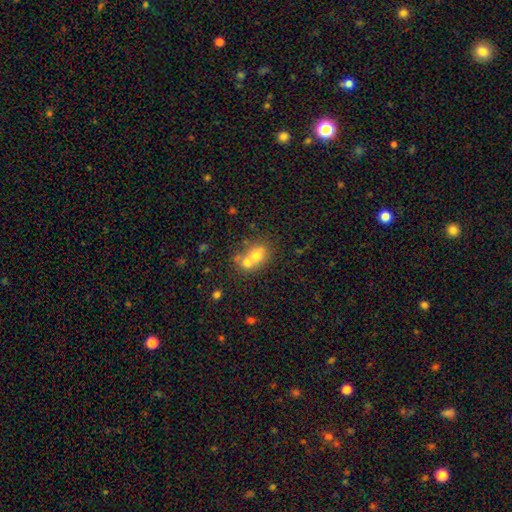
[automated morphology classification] smooth-or-featured: smooth: 65% | featured or disk: 22% | star or artifact: 13%
  how-rounded: round: 57% | in between: 42% | cigar-shaped: 1%
  merging: merger: 61% | none: 27% | minor disturbance: 7% | major disturbance: 4%